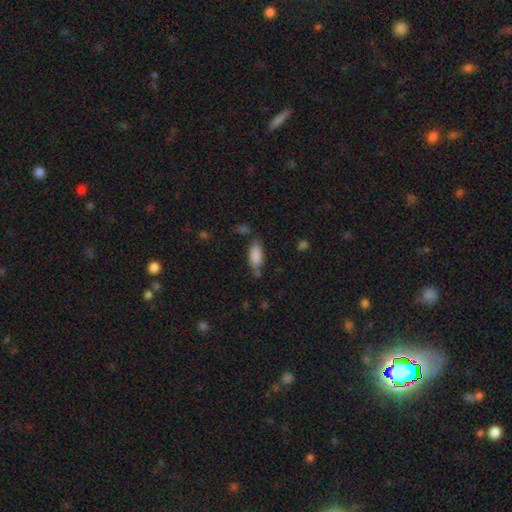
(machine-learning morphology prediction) type=smooth (85%); roundness=in between (81%); merging=none (63%).